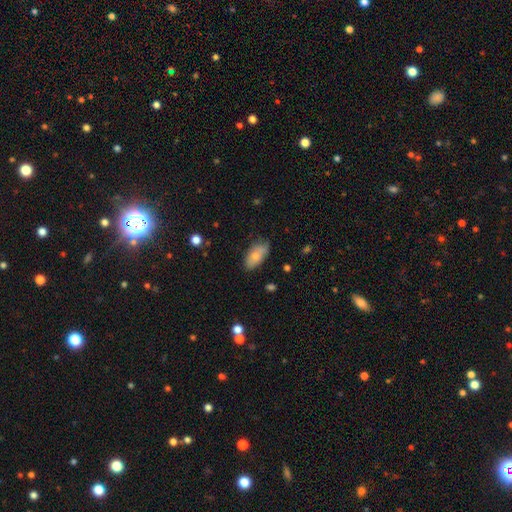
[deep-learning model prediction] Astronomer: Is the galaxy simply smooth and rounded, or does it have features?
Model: smooth — 72%.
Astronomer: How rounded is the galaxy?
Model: in between — 92%.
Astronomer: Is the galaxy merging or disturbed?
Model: none — 68%.